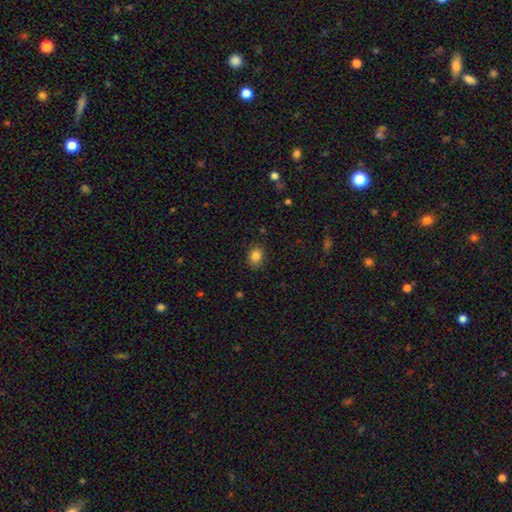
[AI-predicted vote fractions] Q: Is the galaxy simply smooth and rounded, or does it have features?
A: smooth — 85%.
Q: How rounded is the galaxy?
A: in between — 59%.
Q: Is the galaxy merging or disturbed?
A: none — 85%.